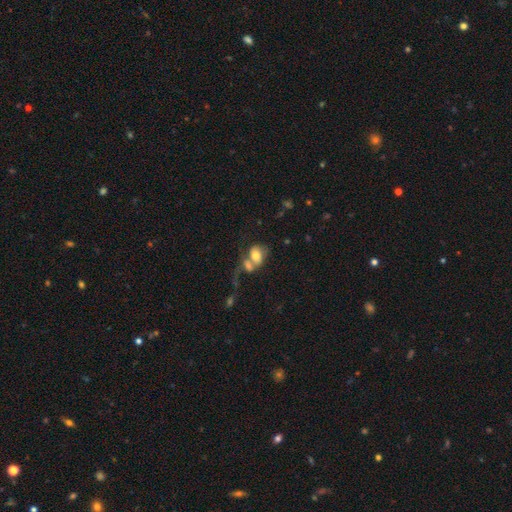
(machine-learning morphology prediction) A smooth galaxy with no disk features (60%) that is in between round and cigar-shaped (63%). Merging: merger (64%).